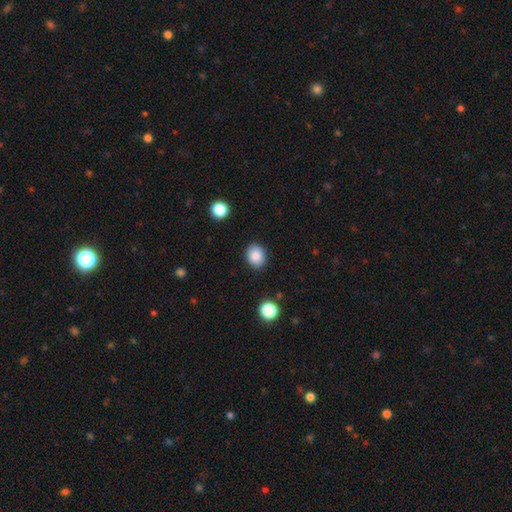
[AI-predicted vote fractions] smooth_or_featured: smooth (p=0.87) [alt: star or artifact p=0.09]
how_rounded: round (p=0.55) [alt: in between p=0.45]
merging: none (p=0.87) [alt: minor disturbance p=0.09]